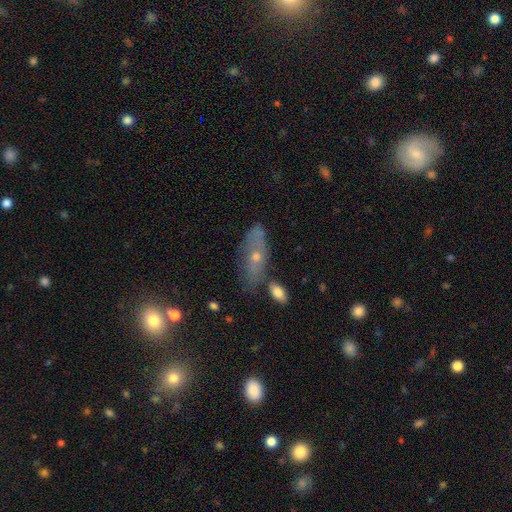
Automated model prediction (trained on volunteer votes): Q: Smooth or featured?
A: featured or disk (47%); runner-up: smooth (40%)
Q: Merging?
A: none (60%); runner-up: minor disturbance (22%)